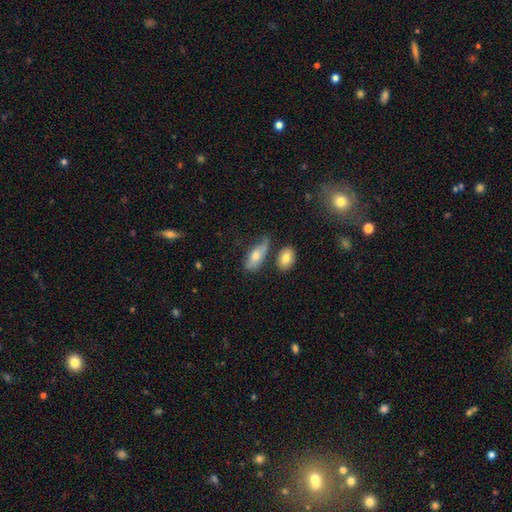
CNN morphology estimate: smooth-or-featured: smooth: 68% | featured or disk: 25% | star or artifact: 7%
  how-rounded: in between: 85% | cigar-shaped: 11% | round: 4%
  merging: none: 40% | minor disturbance: 27% | merger: 18% | major disturbance: 15%